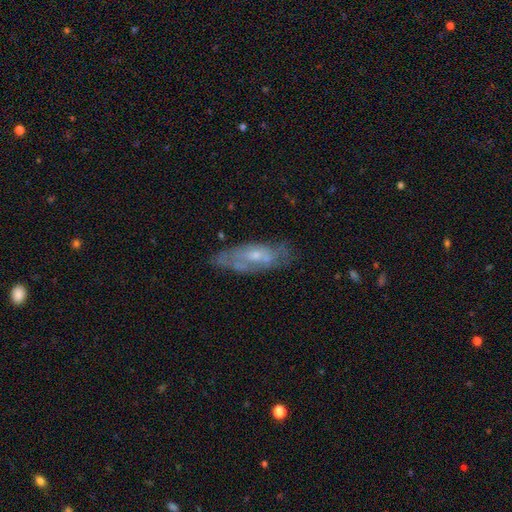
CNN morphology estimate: The model was most divided on "smooth or featured": featured or disk: 58%, smooth: 35%, star or artifact: 7%. More confident: edge-on disk — no (80%); merging — none (63%).